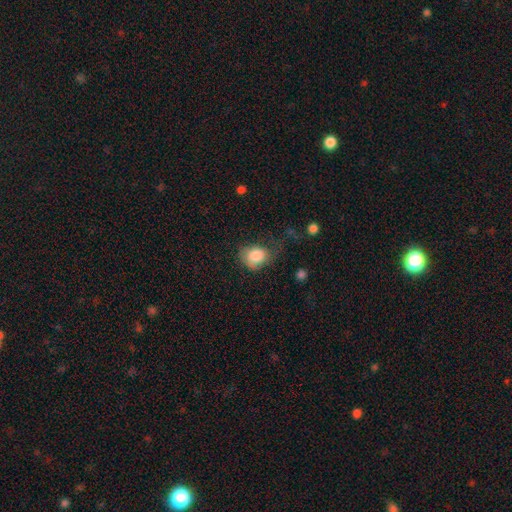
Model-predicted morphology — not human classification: smooth 84%, featured or disk 9%, star or artifact 8%. Down the decision tree: how rounded — round (50%); merging — none (38%).